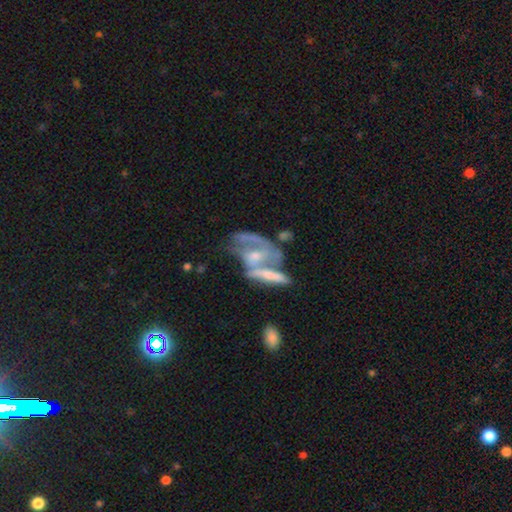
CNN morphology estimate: Smooth or featured? featured or disk (68%)
Edge-on disk? no (88%)
Bar? no (55%)
Spiral arms? yes (60%)
Bulge size? small (45%)
Merging? merger (50%)